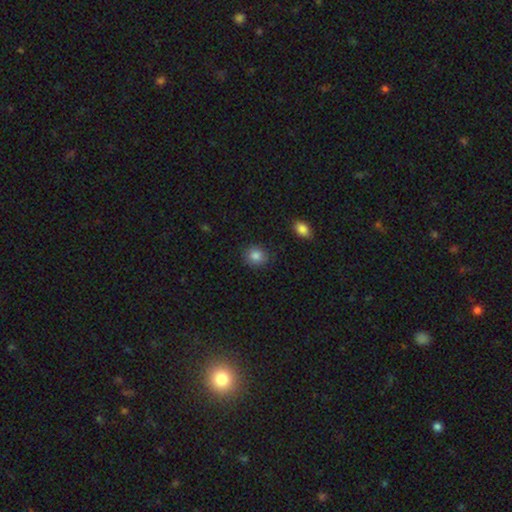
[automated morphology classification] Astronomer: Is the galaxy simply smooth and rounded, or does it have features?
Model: smooth — 85%.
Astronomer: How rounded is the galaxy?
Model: round — 73%.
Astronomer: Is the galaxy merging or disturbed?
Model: none — 87%.